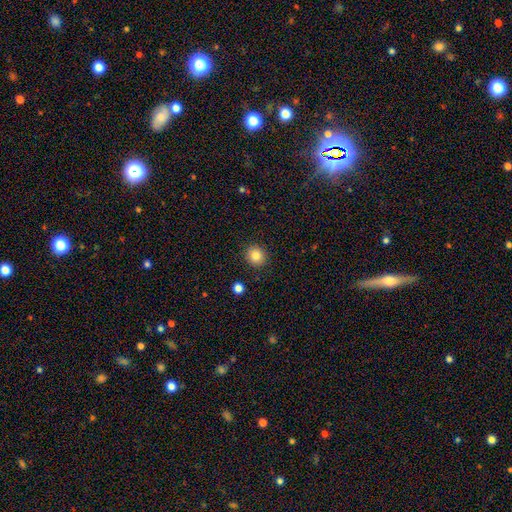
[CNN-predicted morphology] The model was most divided on "smooth or featured": smooth: 83%, star or artifact: 11%, featured or disk: 6%. More confident: merging — none (91%); how rounded — round (88%).